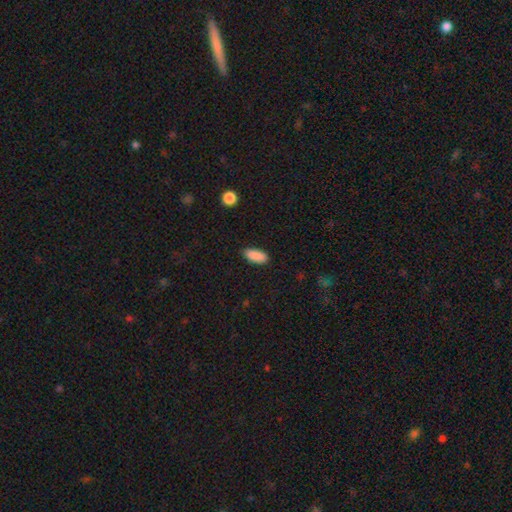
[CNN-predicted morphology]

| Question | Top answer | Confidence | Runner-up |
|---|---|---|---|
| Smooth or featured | smooth | 89% | star or artifact (7%) |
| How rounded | in between | 83% | cigar-shaped (15%) |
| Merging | none | 85% | minor disturbance (12%) |